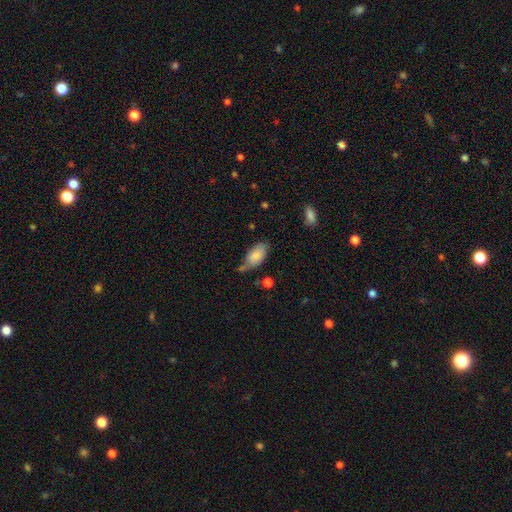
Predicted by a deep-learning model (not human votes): Smooth or featured? Predicted: smooth (p=0.81). How rounded? Predicted: in between (p=0.93). Merging? Predicted: none (p=0.54).